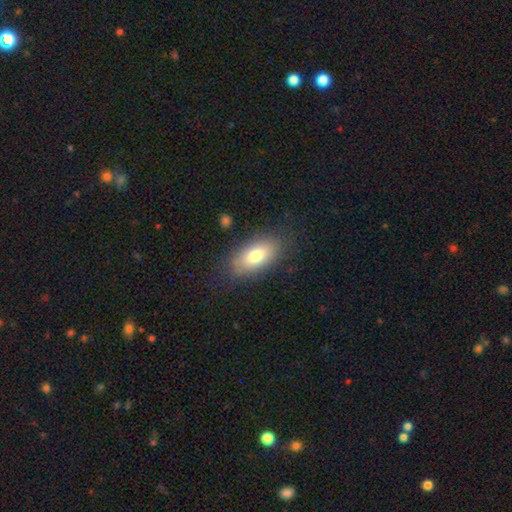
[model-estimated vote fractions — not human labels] Smooth or featured? Predicted: smooth (p=0.76). How rounded? Predicted: in between (p=0.90). Merging? Predicted: none (p=0.81).